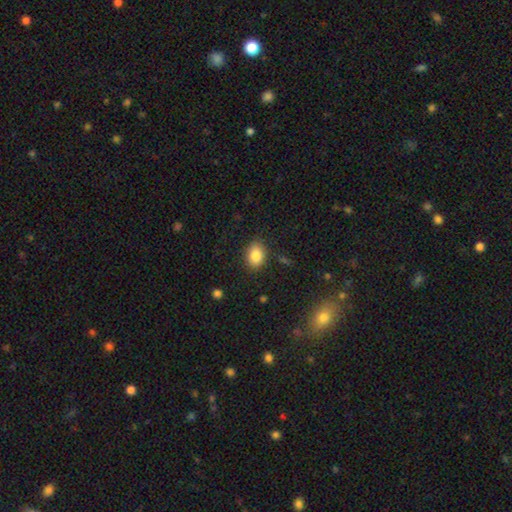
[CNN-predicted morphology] A smooth galaxy with no disk features (85%) that is in between round and cigar-shaped (71%).

Vote fractions:
- Smooth or featured? smooth: 85% / star or artifact: 9% / featured or disk: 6%
- How rounded? in between: 71% / round: 28% / cigar-shaped: 1%
- Merging? none: 84% / minor disturbance: 12% / major disturbance: 3% / merger: 2%